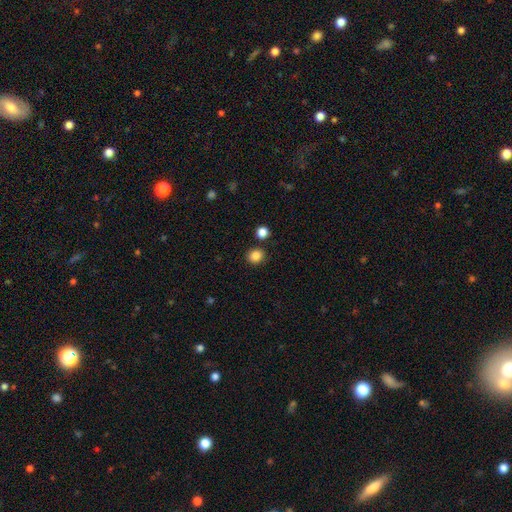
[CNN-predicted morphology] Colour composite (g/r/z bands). It shows a smooth galaxy with no disk features (85%) that is round (80%). Merging: none (86%).